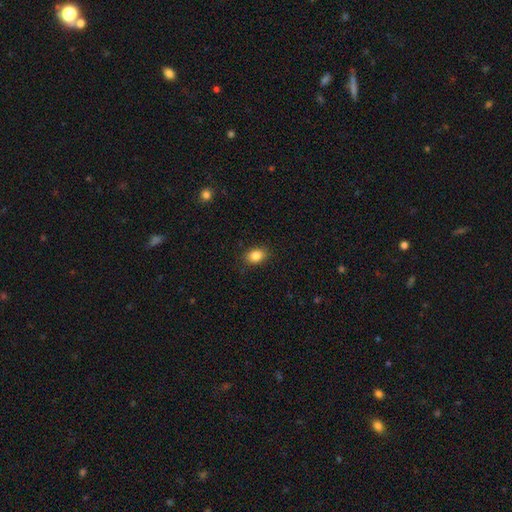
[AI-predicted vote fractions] smooth 85%, star or artifact 9%, featured or disk 6%. Down the decision tree: how rounded — in between (74%); merging — none (88%).